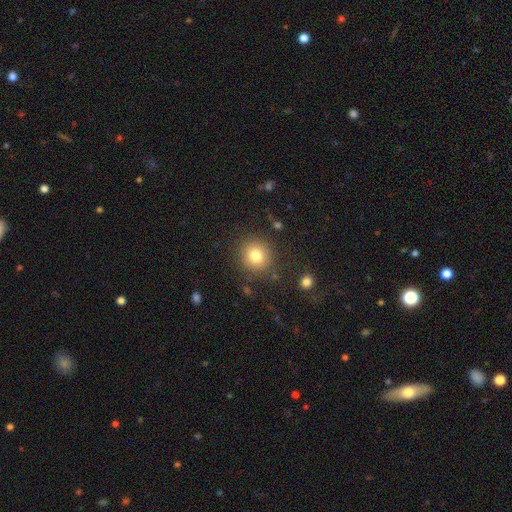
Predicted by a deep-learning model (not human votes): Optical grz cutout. It shows a smooth galaxy with no disk features (79%) that is round (92%). Merging: none (87%).